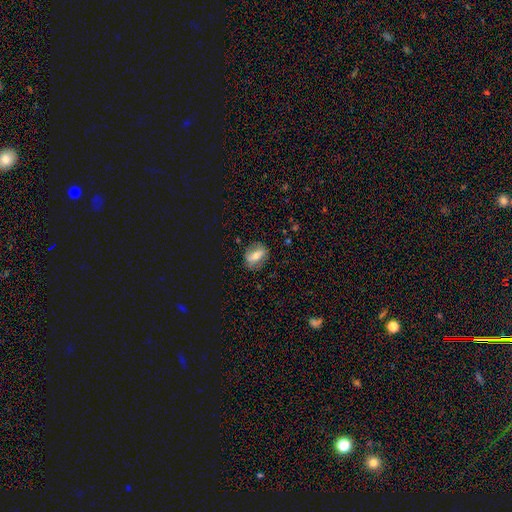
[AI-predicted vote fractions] A smooth galaxy with no disk features (56%) that is in between round and cigar-shaped (68%).

Vote fractions:
- Smooth or featured? smooth: 56% / featured or disk: 35% / star or artifact: 9%
- How rounded? in between: 68% / round: 27% / cigar-shaped: 5%
- Merging? none: 78% / minor disturbance: 17% / major disturbance: 4% / merger: 1%